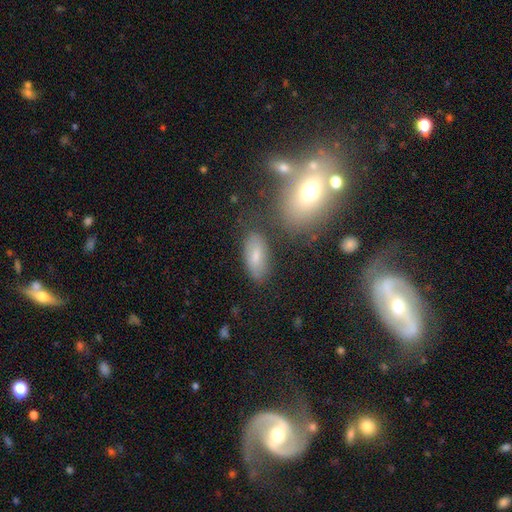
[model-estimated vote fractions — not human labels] This appears to be a smooth galaxy with no disk features (73%) that is in between round and cigar-shaped (89%). Merging: none (72%).